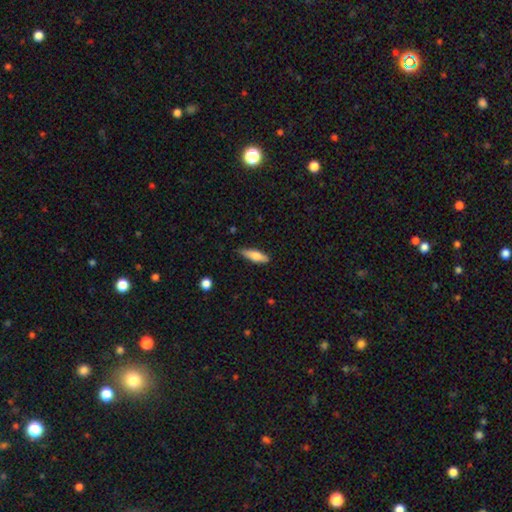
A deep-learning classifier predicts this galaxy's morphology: Smooth or featured? smooth (71%)
How rounded? cigar-shaped (53%)
Merging? none (75%)